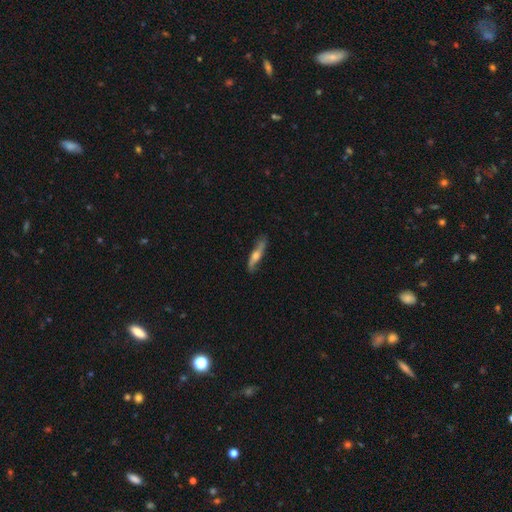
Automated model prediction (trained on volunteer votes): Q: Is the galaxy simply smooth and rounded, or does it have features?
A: featured or disk — 54%.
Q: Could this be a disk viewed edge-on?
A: yes — 72%.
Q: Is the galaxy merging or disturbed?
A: none — 78%.